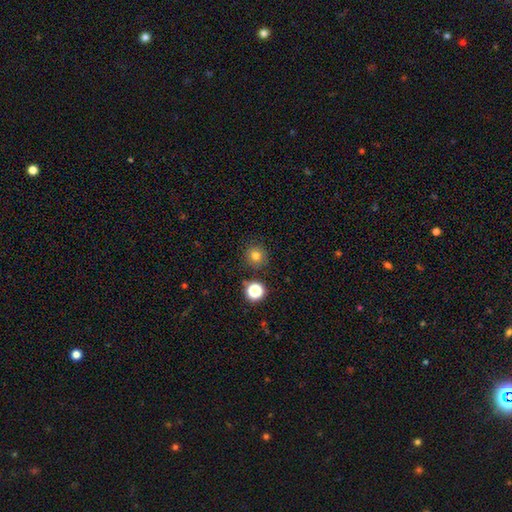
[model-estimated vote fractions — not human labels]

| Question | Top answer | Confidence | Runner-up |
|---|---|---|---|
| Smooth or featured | smooth | 77% | star or artifact (15%) |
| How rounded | round | 94% | in between (5%) |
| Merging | none | 88% | minor disturbance (6%) |